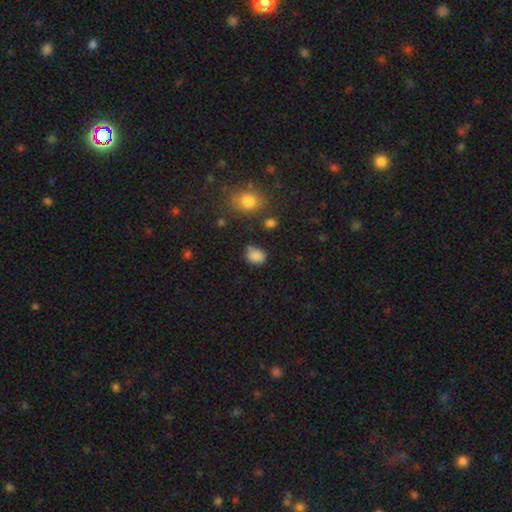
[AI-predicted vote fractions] A smooth galaxy with no disk features (84%) that is in between round and cigar-shaped (59%). Merging: none (68%).